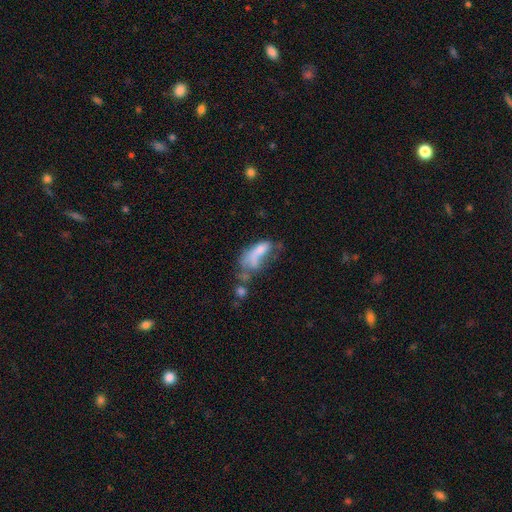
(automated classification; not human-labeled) Smooth or featured? Predicted: smooth (p=0.51). How rounded? Predicted: in between (p=0.73). Merging? Predicted: major disturbance (p=0.36).